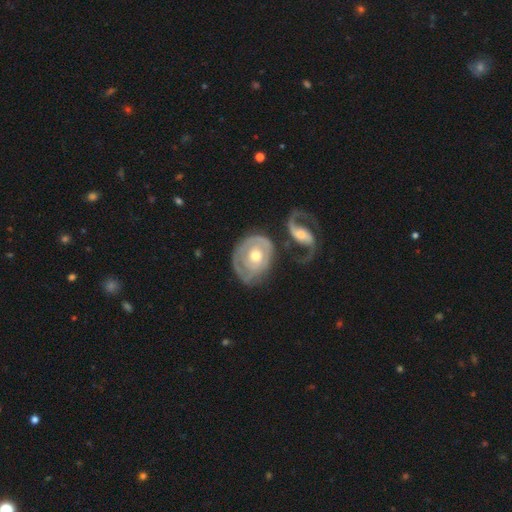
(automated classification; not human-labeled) A featured or disk galaxy (74%) with no bar (77%), 2 (41%) tight (58%) spiral arms (71%) and a moderate central bulge (72%).

Vote fractions:
- Smooth or featured? featured or disk: 74% / smooth: 21% / star or artifact: 5%
- Edge-on disk? no: 96% / yes: 4%
- Bar? no: 77% / weak: 17% / strong: 5%
- Spiral arms? yes: 71% / no: 29%
- Spiral winding? tight: 58% / medium: 26% / loose: 16%
- Spiral arm count? 2: 41% / can't tell: 25% / 1: 24% / 3: 5% / 4: 2% / more than 4: 2%
- Bulge size? moderate: 72% / small: 18% / large: 7% / none: 1% / dominant: 1%
- Merging? none: 44% / merger: 21% / minor disturbance: 20% / major disturbance: 16%